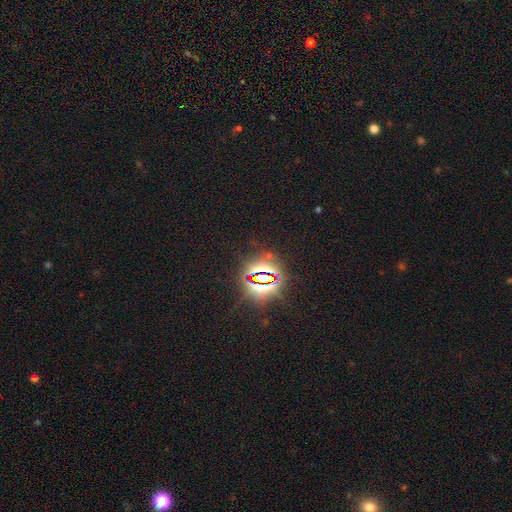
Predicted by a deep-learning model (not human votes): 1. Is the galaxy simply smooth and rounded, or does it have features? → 85% star or artifact, 10% smooth, 6% featured or disk.